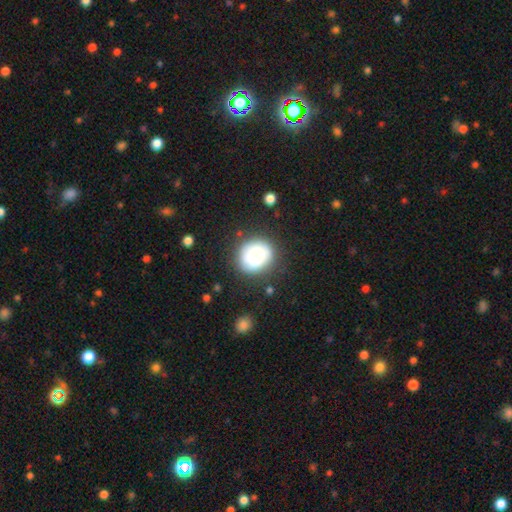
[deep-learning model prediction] This appears to be a smooth galaxy with no disk features (80%) that is round (78%). Merging: none (78%).